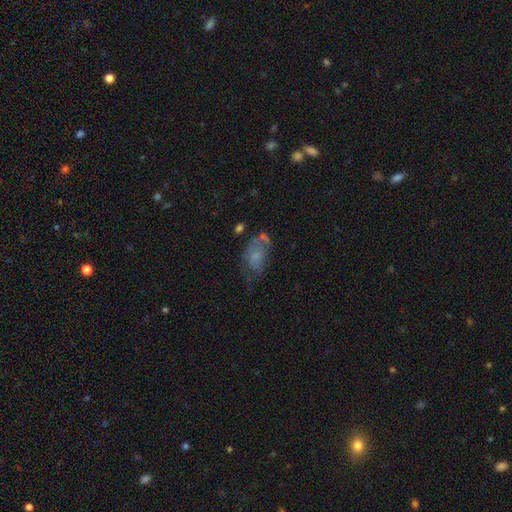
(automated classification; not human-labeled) smooth 54%, featured or disk 34%, star or artifact 12%. Down the decision tree: how rounded — in between (88%); merging — none (33%).